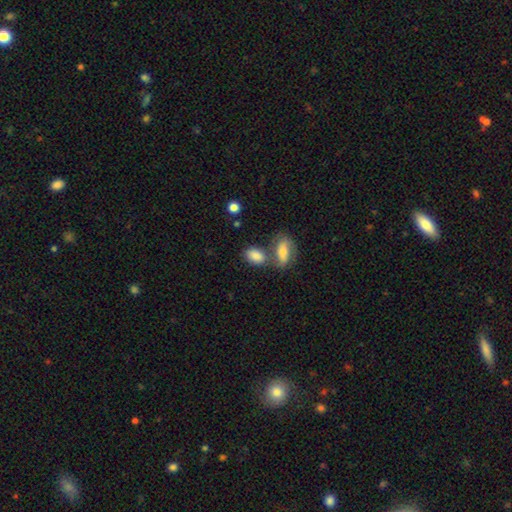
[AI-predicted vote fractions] Smooth or featured: smooth — 83% (featured or disk — 10%)
How rounded: in between — 88% (round — 9%)
Merging: none — 47% (merger — 34%)